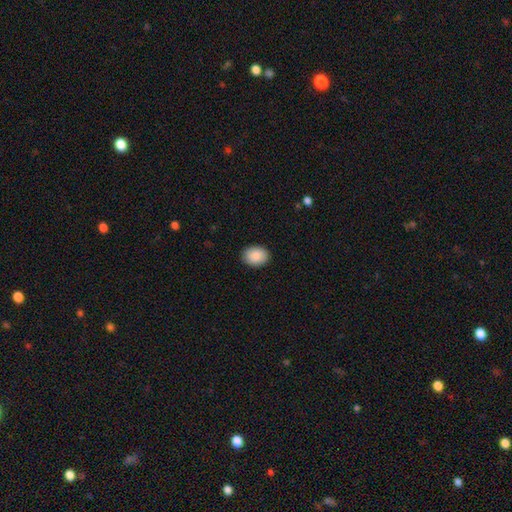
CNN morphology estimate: Smooth or featured? Predicted: smooth (p=0.90). How rounded? Predicted: in between (p=0.61). Merging? Predicted: none (p=0.89).